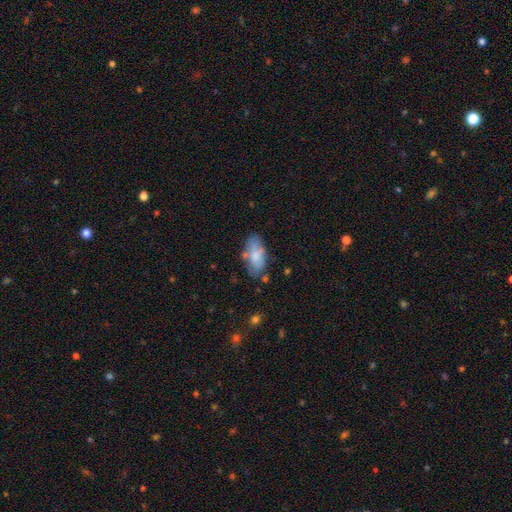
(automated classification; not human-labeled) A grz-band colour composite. It shows a smooth galaxy with no disk features (72%) that is in between round and cigar-shaped (92%). Merging: none (59%).